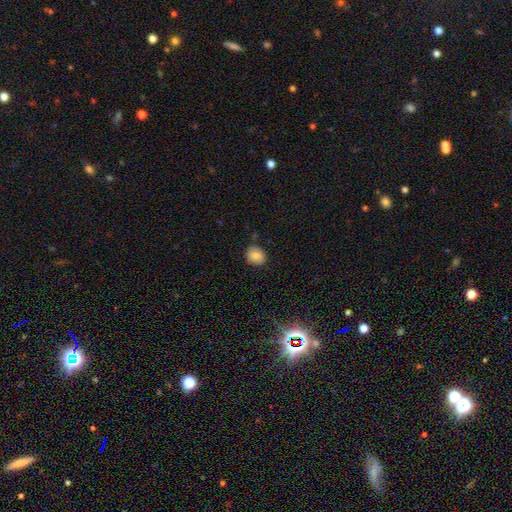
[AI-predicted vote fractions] Smooth or featured? Predicted: smooth (p=0.81). How rounded? Predicted: round (p=0.75). Merging? Predicted: none (p=0.81).